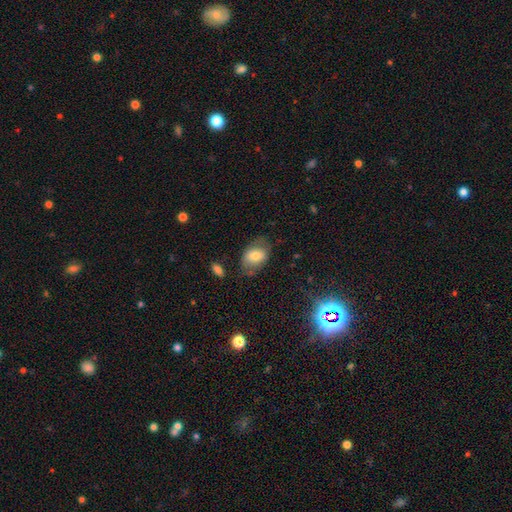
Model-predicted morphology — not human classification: smooth 71%, featured or disk 21%, star or artifact 9%. Down the decision tree: how rounded — in between (79%); merging — none (60%).